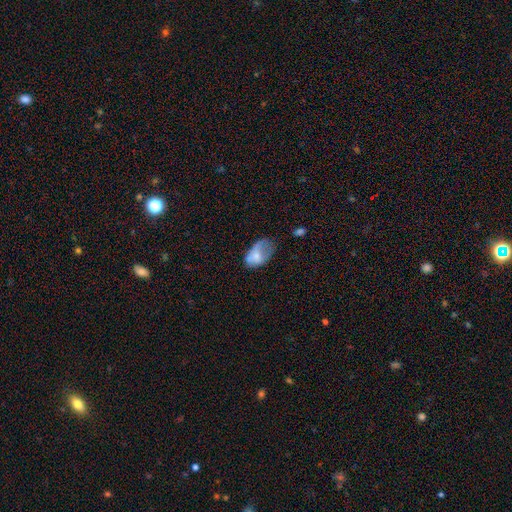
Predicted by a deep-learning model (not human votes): smooth 66%, featured or disk 26%, star or artifact 9%. Down the decision tree: how rounded — in between (89%); merging — minor disturbance (35%, tied with major disturbance).